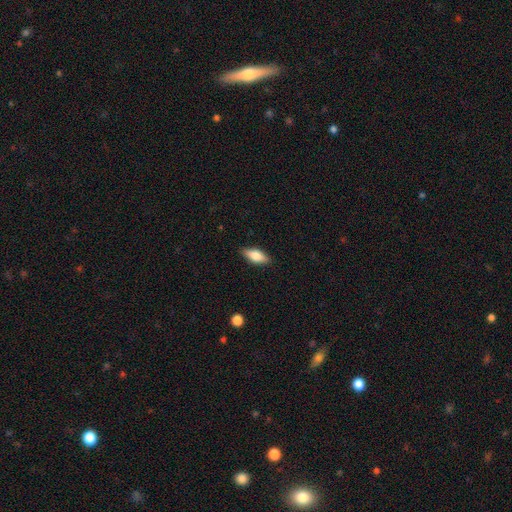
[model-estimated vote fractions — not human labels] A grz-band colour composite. It shows a smooth galaxy with no disk features (73%) that is in between round and cigar-shaped (77%). Merging: none (86%).